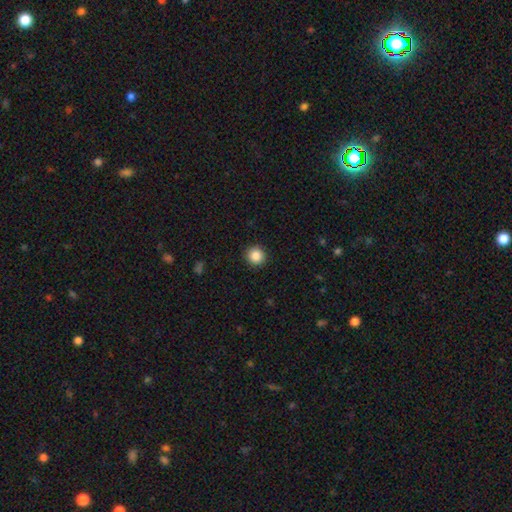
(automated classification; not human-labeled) Smooth or featured? Predicted: smooth (p=0.87). How rounded? Predicted: round (p=0.94). Merging? Predicted: none (p=0.92).